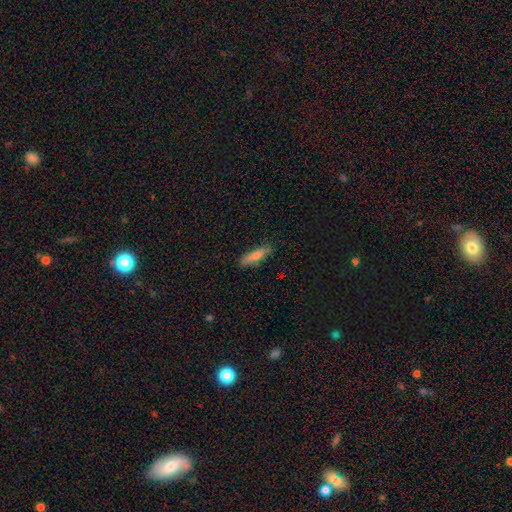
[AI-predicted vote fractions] Smooth or featured: smooth — 77% (featured or disk — 15%)
How rounded: cigar-shaped — 64% (in between — 34%)
Merging: none — 73% (minor disturbance — 20%)